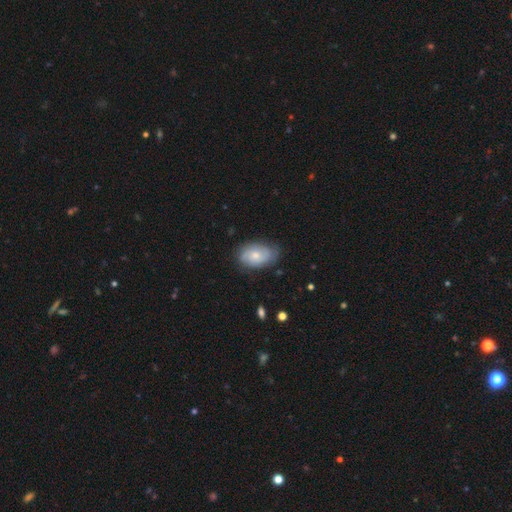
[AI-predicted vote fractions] This is possibly a featured or disk galaxy (49%). Merging: likely none (71%).